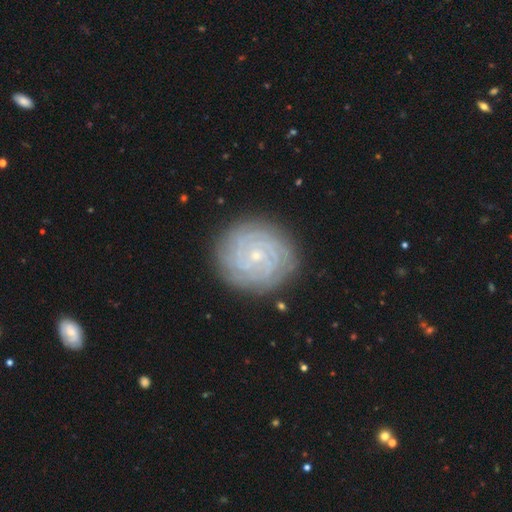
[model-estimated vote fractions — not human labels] A featured or disk galaxy (85%) with no bar (73%), 4 (24%) tight (86%) spiral arms (98%) and a small central bulge (83%). Merging: none (86%).